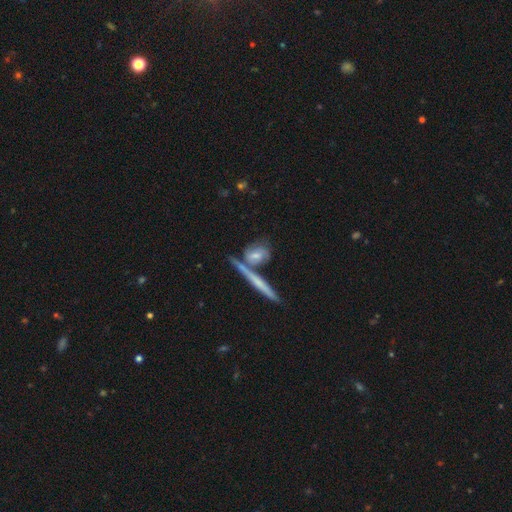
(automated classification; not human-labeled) This appears to be a featured or disk galaxy (50%). Merging: none (51%).